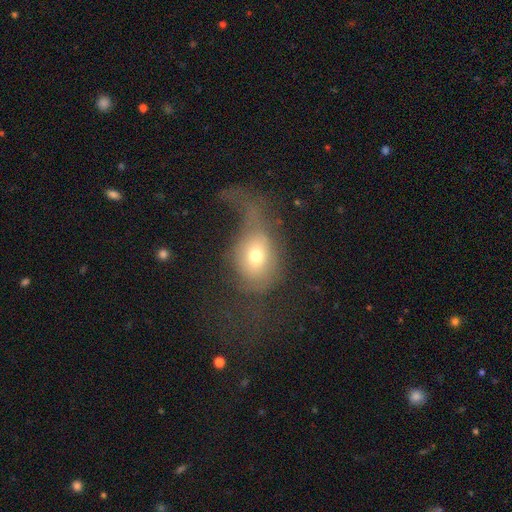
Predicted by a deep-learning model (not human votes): Morphology: type=smooth (64%); roundness=in between (55%); merging=major disturbance (65%).